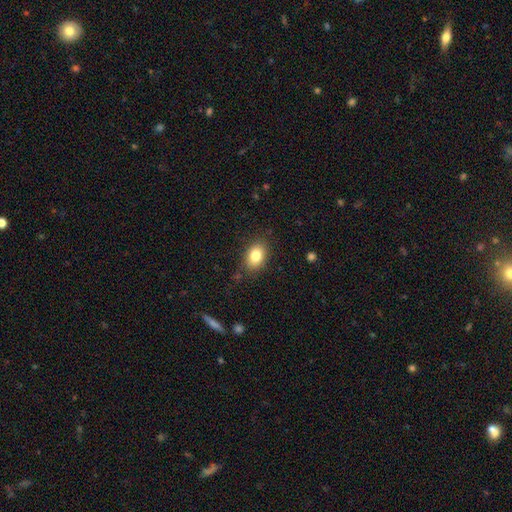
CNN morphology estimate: type=smooth (83%); roundness=in between (82%); merging=none (82%).